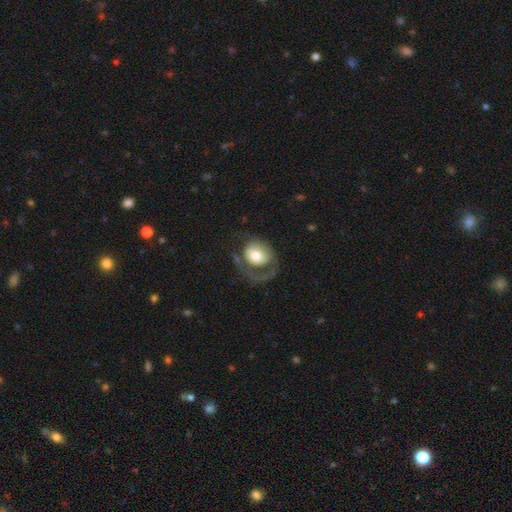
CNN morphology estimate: A smooth galaxy with no disk features (51%) that is round (67%). Merging: major disturbance (46%).